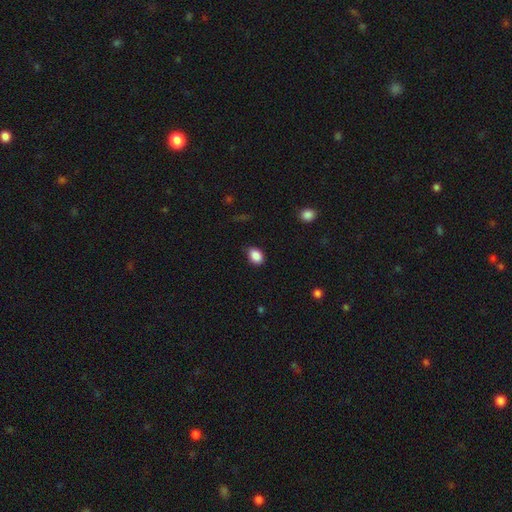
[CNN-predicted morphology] This appears to be a smooth galaxy with no disk features (88%) that is in between round and cigar-shaped (75%). Merging: none (78%).